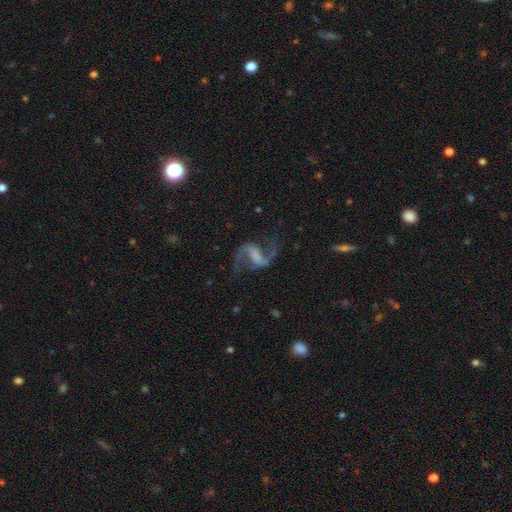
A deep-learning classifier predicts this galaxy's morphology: smooth-or-featured: featured or disk: 89% | star or artifact: 7% | smooth: 5%
  disk-edge-on: no: 97% | yes: 3%
    bar: weak: 45% | strong: 38% | no: 18%
    has-spiral-arms: yes: 97% | no: 3%
      spiral-winding: loose: 70% | medium: 26% | tight: 4%
      spiral-arm-count: 2: 94% | 1: 2% | can't tell: 2% | 3: 1% | 4: 1% | more than 4: 1%
    bulge-size: none: 43% | small: 29% | moderate: 20% | large: 7% | dominant: 2%
  merging: none: 77% | minor disturbance: 12% | major disturbance: 8% | merger: 2%